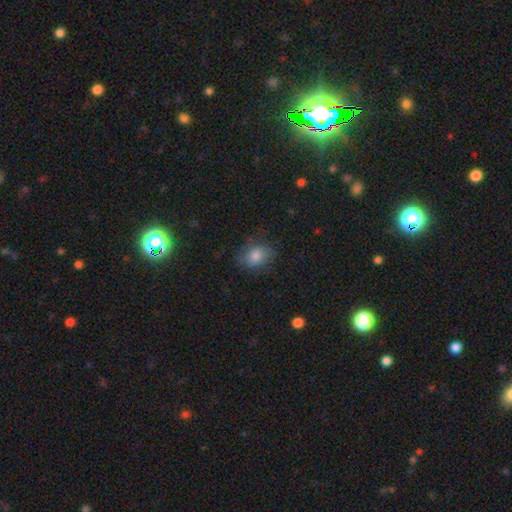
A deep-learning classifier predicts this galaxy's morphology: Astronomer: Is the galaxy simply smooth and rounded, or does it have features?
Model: smooth — 77%.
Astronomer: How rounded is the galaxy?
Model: in between — 63%.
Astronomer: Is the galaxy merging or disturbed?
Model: none — 74%.